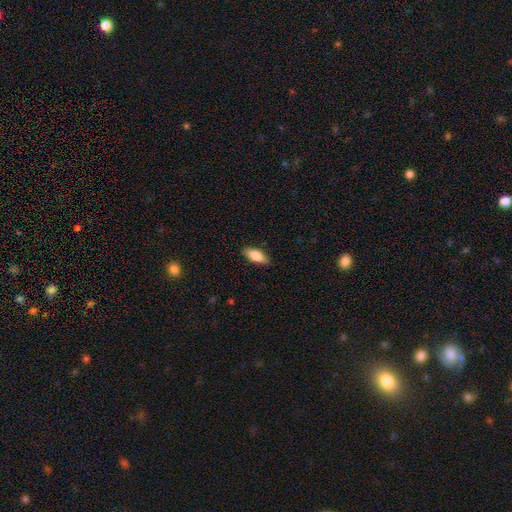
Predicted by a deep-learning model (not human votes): A smooth galaxy with no disk features (78%) that is in between round and cigar-shaped (78%). Merging: none (87%).